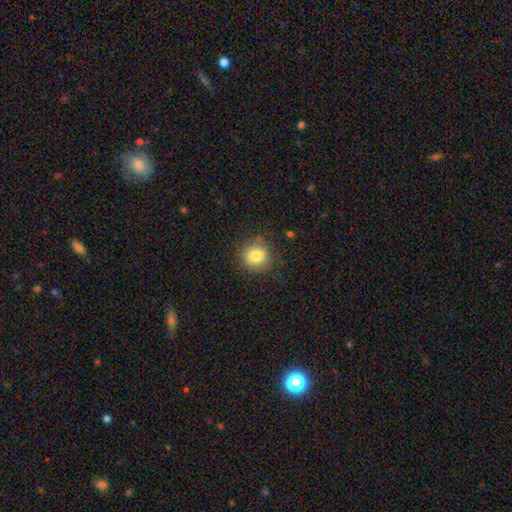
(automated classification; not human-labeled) smooth 79%, featured or disk 11%, star or artifact 10%. Down the decision tree: how rounded — round (88%); merging — none (76%).